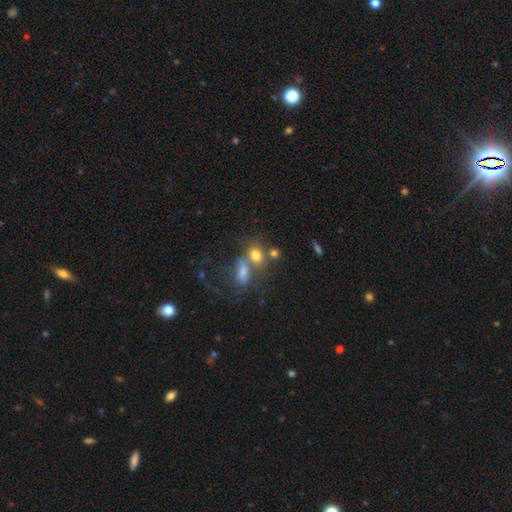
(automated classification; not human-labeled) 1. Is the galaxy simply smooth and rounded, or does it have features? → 71% smooth, 15% star or artifact, 14% featured or disk.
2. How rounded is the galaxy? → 57% in between, 39% round, 3% cigar-shaped.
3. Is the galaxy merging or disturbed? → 45% merger, 38% none, 10% minor disturbance, 7% major disturbance.